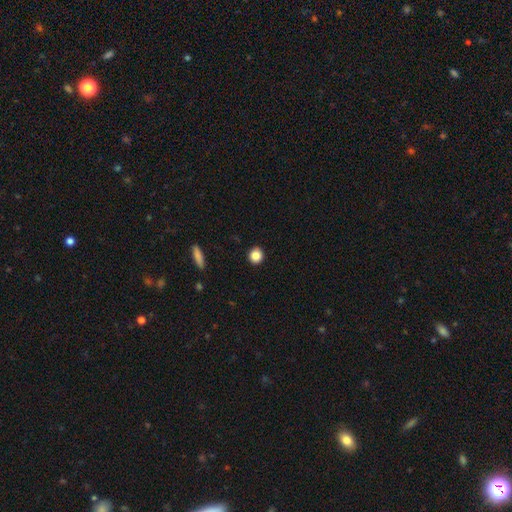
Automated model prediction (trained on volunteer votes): A smooth galaxy with no disk features (86%) that is round (90%).

Vote fractions:
- Smooth or featured? smooth: 86% / star or artifact: 9% / featured or disk: 5%
- How rounded? round: 90% / in between: 9% / cigar-shaped: 1%
- Merging? none: 92% / minor disturbance: 5% / major disturbance: 2% / merger: 1%